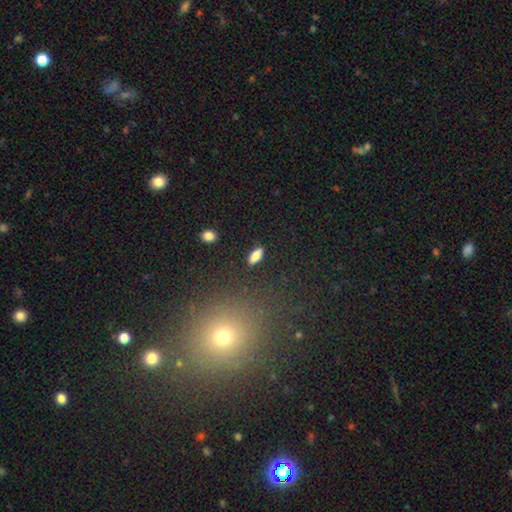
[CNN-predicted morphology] Smooth or featured: smooth — 84% (star or artifact — 8%)
How rounded: in between — 76% (cigar-shaped — 21%)
Merging: none — 87% (minor disturbance — 9%)